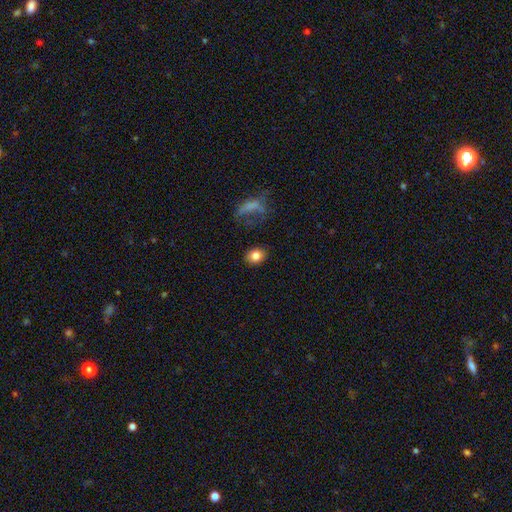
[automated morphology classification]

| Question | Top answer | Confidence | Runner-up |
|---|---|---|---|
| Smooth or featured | smooth | 81% | star or artifact (10%) |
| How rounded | in between | 51% | round (48%) |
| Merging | none | 85% | minor disturbance (10%) |